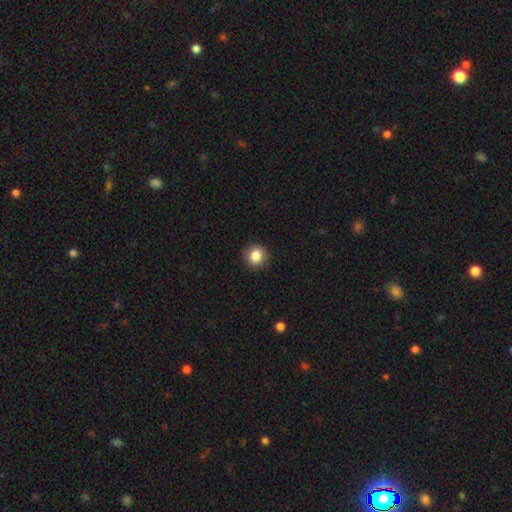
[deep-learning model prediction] The model was most divided on "smooth or featured": smooth: 85%, star or artifact: 10%, featured or disk: 6%. More confident: merging — none (91%); how rounded — round (89%).